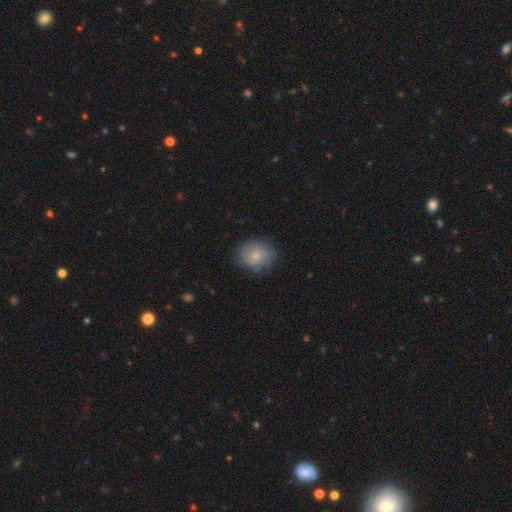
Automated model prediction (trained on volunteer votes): A smooth galaxy with no disk features (72%) that is round (61%).

Vote fractions:
- Smooth or featured? smooth: 72% / featured or disk: 20% / star or artifact: 8%
- How rounded? round: 61% / in between: 38% / cigar-shaped: 1%
- Merging? none: 70% / minor disturbance: 22% / major disturbance: 7% / merger: 1%